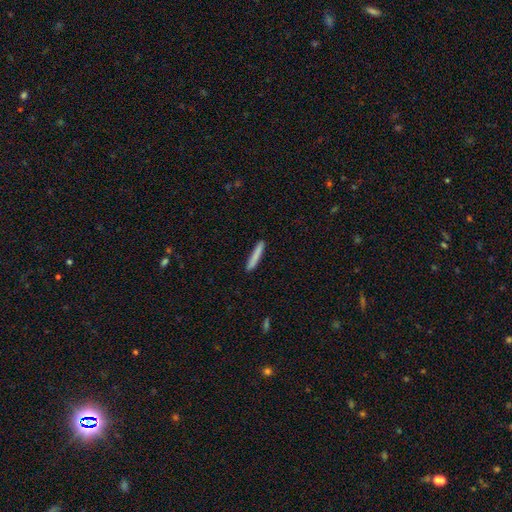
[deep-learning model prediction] Smooth or featured?
  - smooth: 81% *
  - featured or disk: 13%
  - star or artifact: 6%
How rounded?
  - cigar-shaped: 95% *
  - in between: 4%
  - round: 1%
Merging?
  - none: 89% *
  - minor disturbance: 8%
  - major disturbance: 2%
  - merger: 1%